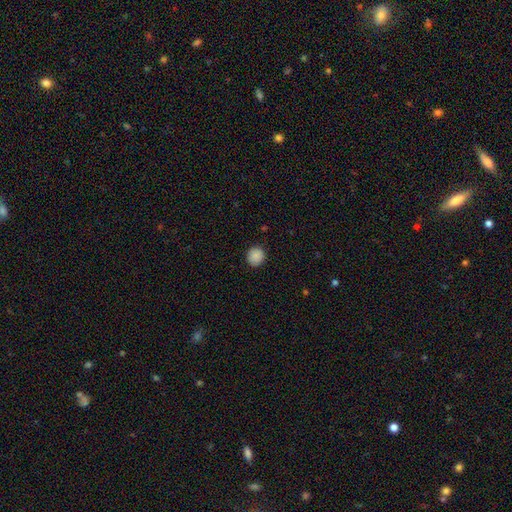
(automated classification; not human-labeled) A smooth galaxy with no disk features (88%) that is round (88%). Merging: none (90%).